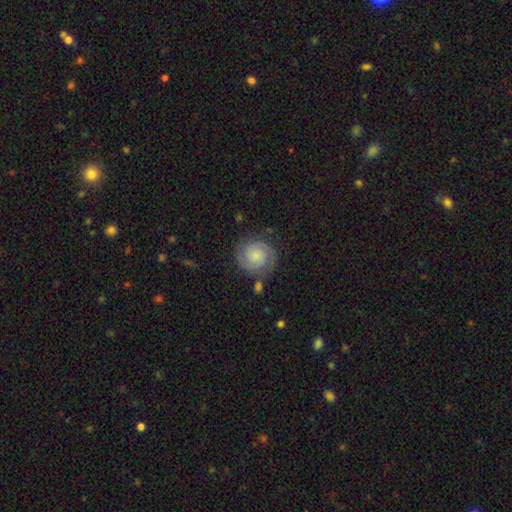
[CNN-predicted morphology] Smooth or featured: featured or disk — 68% (smooth — 24%)
Edge-on disk: no — 98% (yes — 2%)
Bar: no — 67% (weak — 28%)
Spiral arms: yes — 96% (no — 4%)
Spiral winding: tight — 67% (medium — 28%)
Spiral arm count: 2 — 82% (can't tell — 8%)
Bulge size: small — 45% (none — 25%)
Merging: none — 79% (minor disturbance — 13%)